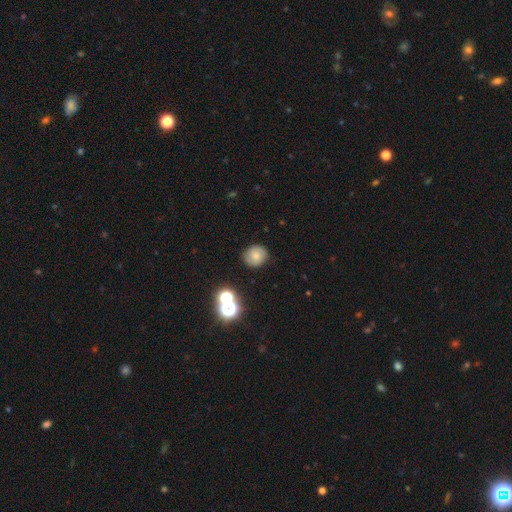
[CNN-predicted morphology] This appears to be a smooth galaxy with no disk features (69%) that is round (84%). Merging: none (86%).